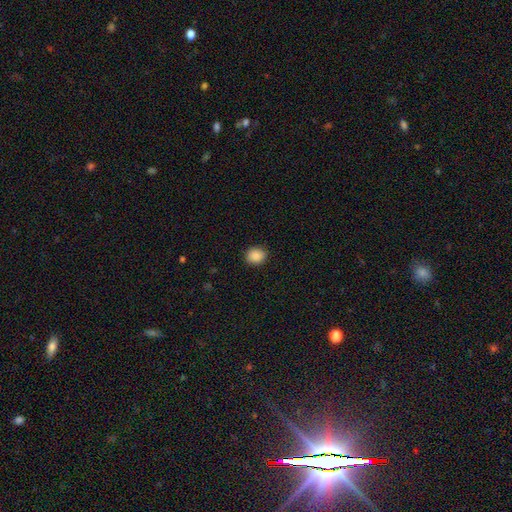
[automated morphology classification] Smooth or featured? Predicted: smooth (p=0.89). How rounded? Predicted: round (p=0.72). Merging? Predicted: none (p=0.90).